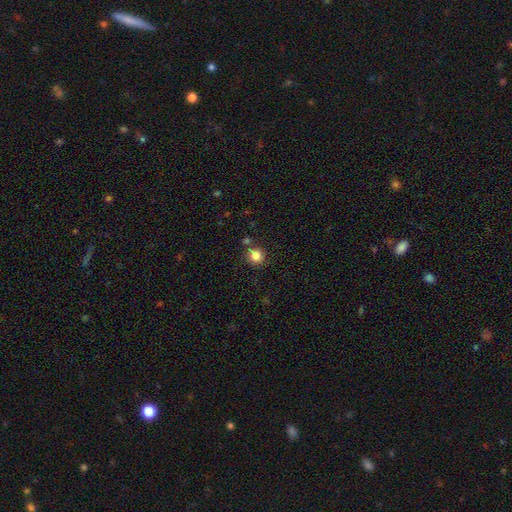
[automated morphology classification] Q: Smooth or featured?
A: smooth (84%); runner-up: star or artifact (11%)
Q: How rounded?
A: round (87%); runner-up: in between (12%)
Q: Merging?
A: none (78%); runner-up: minor disturbance (10%)